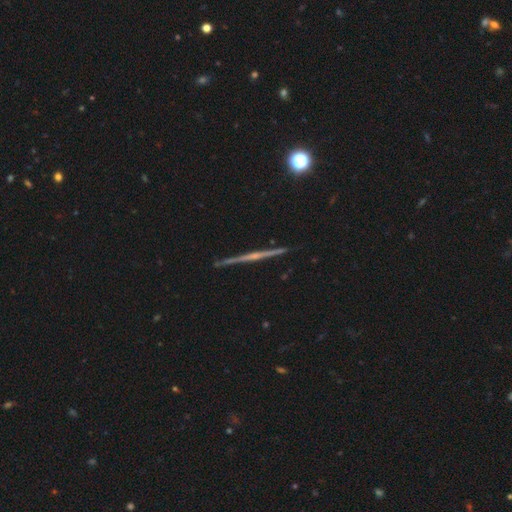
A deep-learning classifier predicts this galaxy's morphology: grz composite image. It shows a featured or disk galaxy (79%) viewed edge-on (99%) with a rounded central bulge (46%). Merging: none (92%).